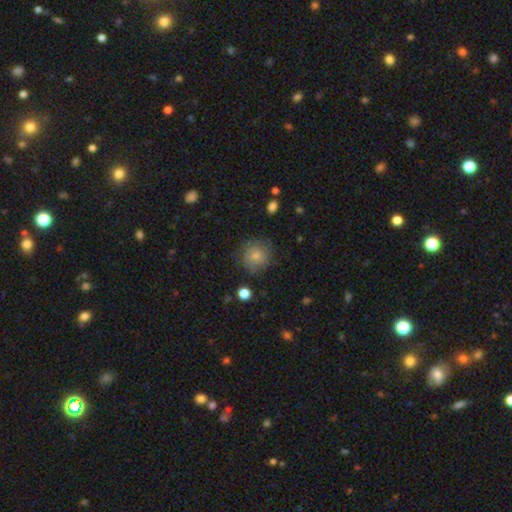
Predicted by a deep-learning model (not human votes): Smooth or featured? Predicted: smooth (p=0.79). How rounded? Predicted: round (p=0.92). Merging? Predicted: none (p=0.78).